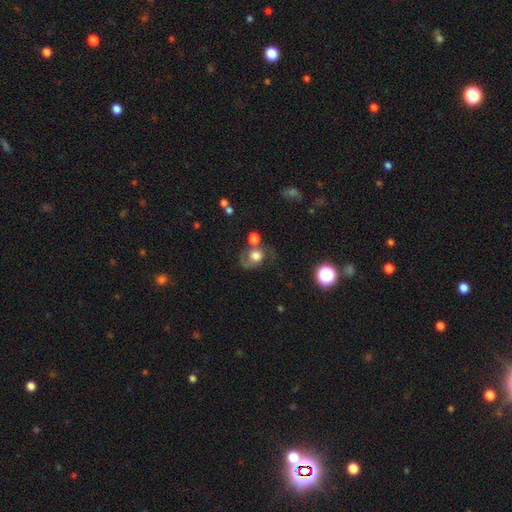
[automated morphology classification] A smooth galaxy with no disk features (48%). Merging: none (37%).